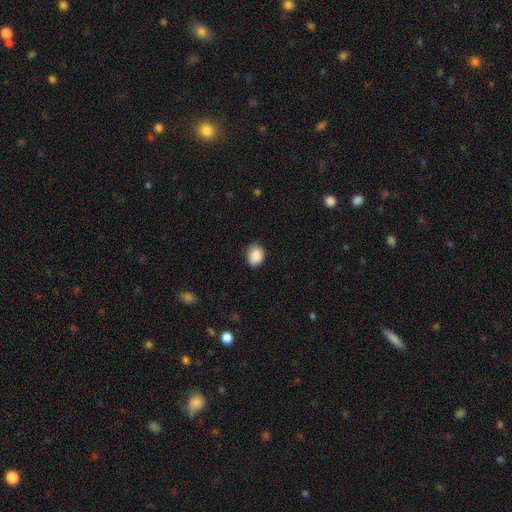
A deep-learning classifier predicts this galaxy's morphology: This appears to be a smooth galaxy with no disk features (88%) that is in between round and cigar-shaped (57%). Merging: none (76%).